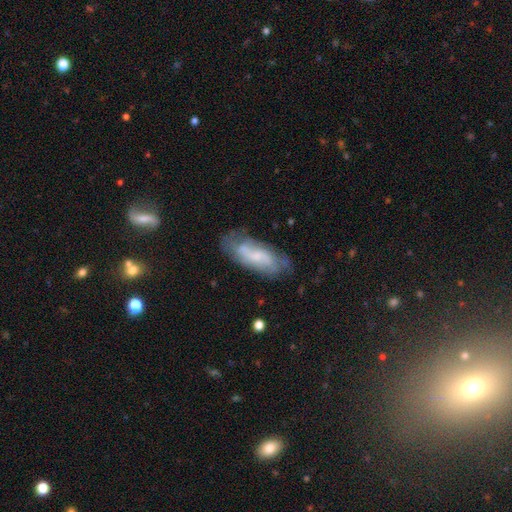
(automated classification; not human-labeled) This appears to be a featured or disk galaxy (54%). Merging: none (64%).